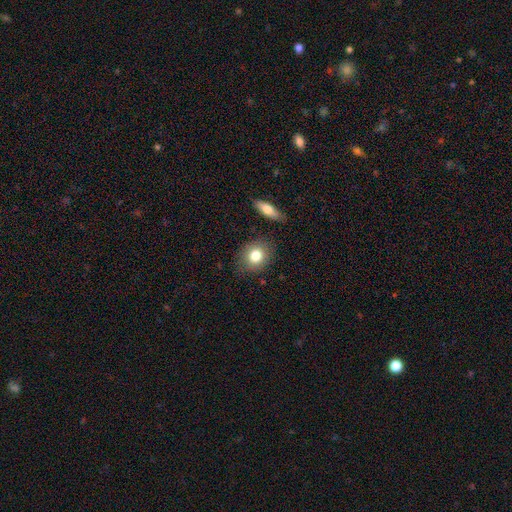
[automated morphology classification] This is likely a smooth galaxy (80%). How rounded: likely round (66%). Merging: clearly none (84%).